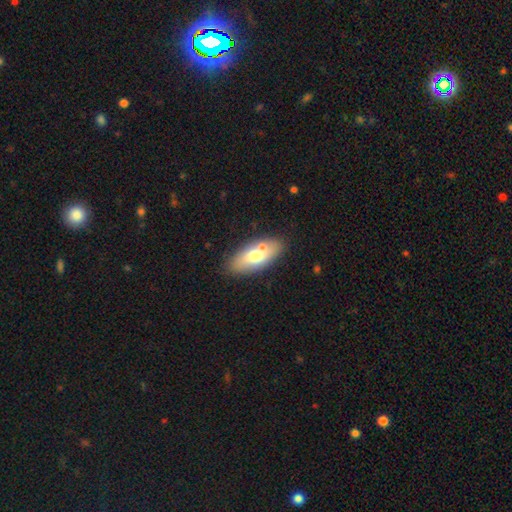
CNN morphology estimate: A smooth galaxy with no disk features (64%) that is in between round and cigar-shaped (86%). Merging: none (71%).